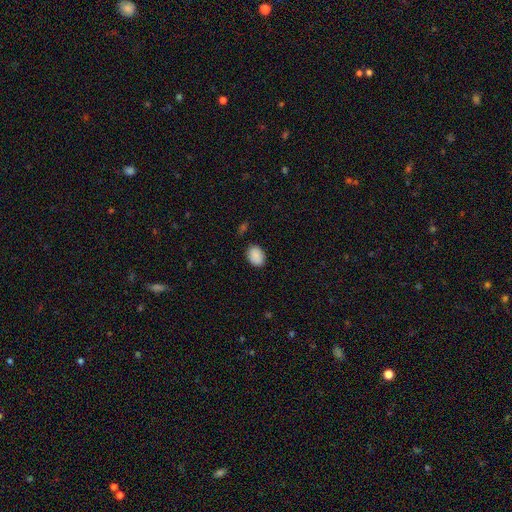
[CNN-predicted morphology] Smooth or featured? smooth (89%)
How rounded? in between (69%)
Merging? none (82%)